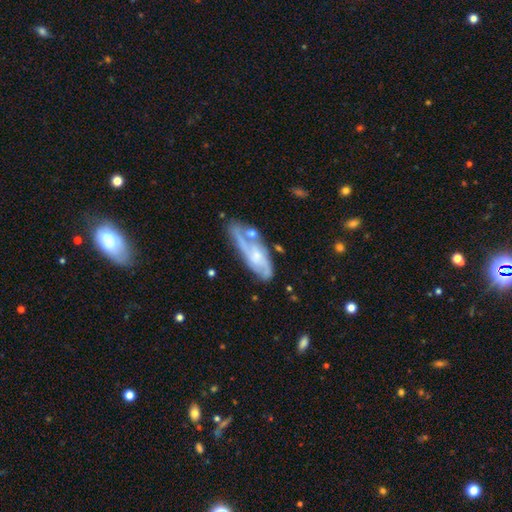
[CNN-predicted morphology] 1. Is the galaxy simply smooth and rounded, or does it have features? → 67% featured or disk, 27% smooth, 7% star or artifact.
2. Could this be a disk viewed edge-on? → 82% no, 18% yes.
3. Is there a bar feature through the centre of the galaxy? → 63% no, 30% weak, 7% strong.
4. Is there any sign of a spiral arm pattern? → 80% yes, 20% no.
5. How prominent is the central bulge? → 45% small, 32% moderate, 16% none, 5% large, 1% dominant.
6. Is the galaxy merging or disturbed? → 47% none, 24% minor disturbance, 15% merger, 15% major disturbance.